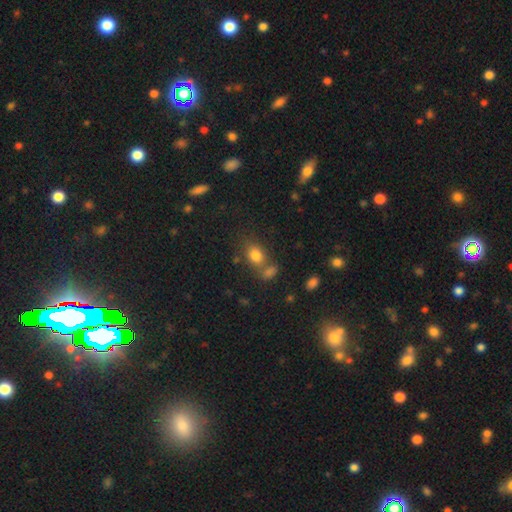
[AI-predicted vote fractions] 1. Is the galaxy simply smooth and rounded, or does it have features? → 79% smooth, 12% star or artifact, 9% featured or disk.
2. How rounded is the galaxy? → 63% in between, 35% round, 2% cigar-shaped.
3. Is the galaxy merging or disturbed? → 53% none, 28% merger, 13% minor disturbance, 5% major disturbance.